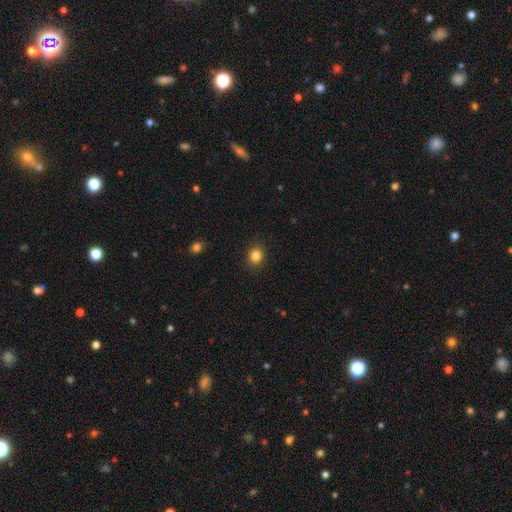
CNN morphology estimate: Smooth or featured? Predicted: smooth (p=0.85). How rounded? Predicted: round (p=0.75). Merging? Predicted: none (p=0.90).